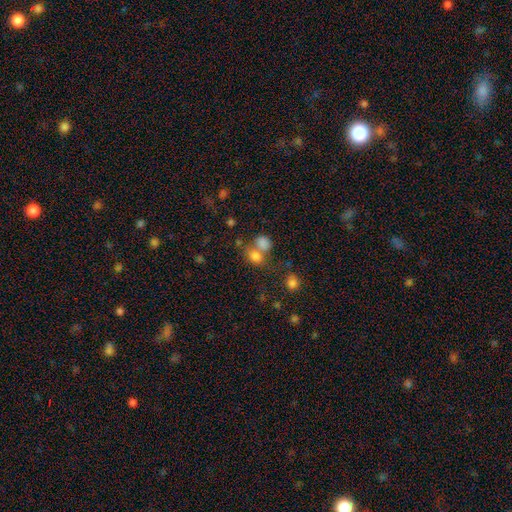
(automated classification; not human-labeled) Overall: smooth (76%). How rounded: round (50%; in between 48%). Merging: merger (43%; none 41%).